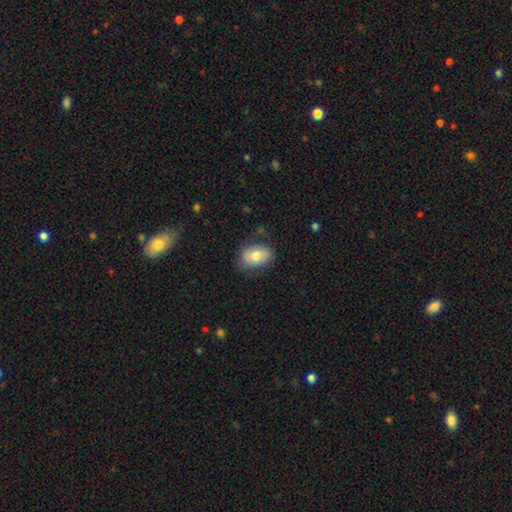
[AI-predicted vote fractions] The model was most divided on "merging": none: 73%, minor disturbance: 20%, major disturbance: 5%, merger: 2%. More confident: how rounded — in between (82%); smooth or featured — smooth (74%).